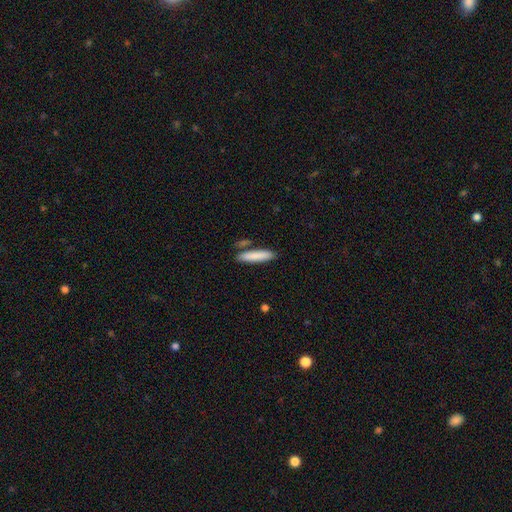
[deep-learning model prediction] The model was most divided on "merging": none: 77%, minor disturbance: 11%, merger: 9%, major disturbance: 3%. More confident: how rounded — cigar-shaped (84%); smooth or featured — smooth (83%).